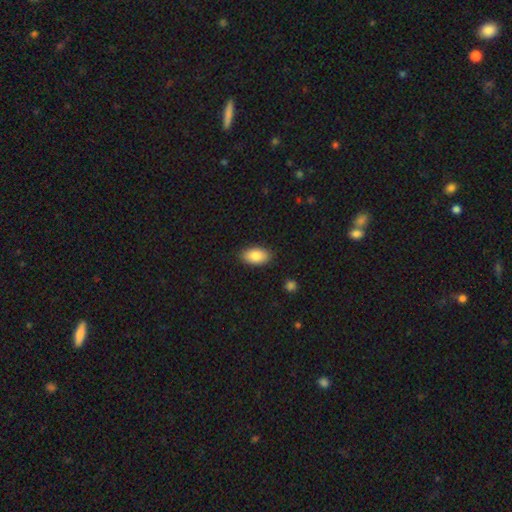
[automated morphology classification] type=smooth (86%); roundness=in between (93%); merging=none (88%).